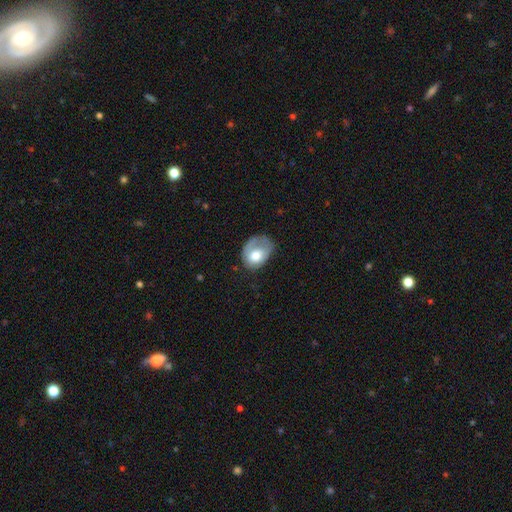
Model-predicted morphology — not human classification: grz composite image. It shows a smooth galaxy with no disk features (64%) that is in between round and cigar-shaped (60%). Merging: minor disturbance (35%).